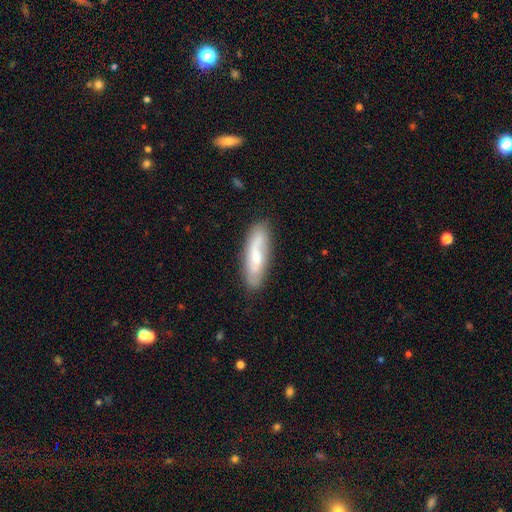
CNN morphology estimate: This is possibly a smooth galaxy (49%). Merging: likely none (78%).